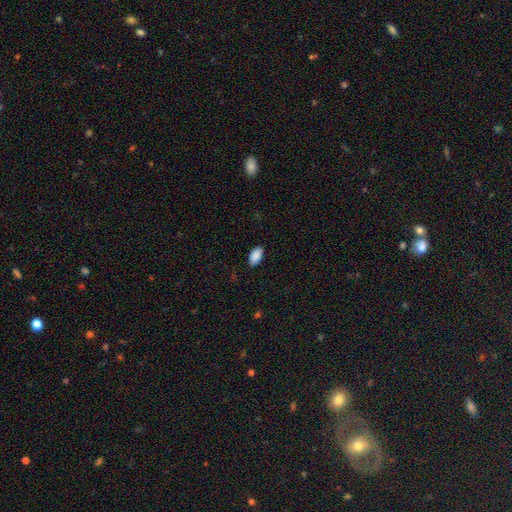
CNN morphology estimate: smooth 90%, star or artifact 7%, featured or disk 3%. Down the decision tree: how rounded — in between (94%); merging — none (85%).